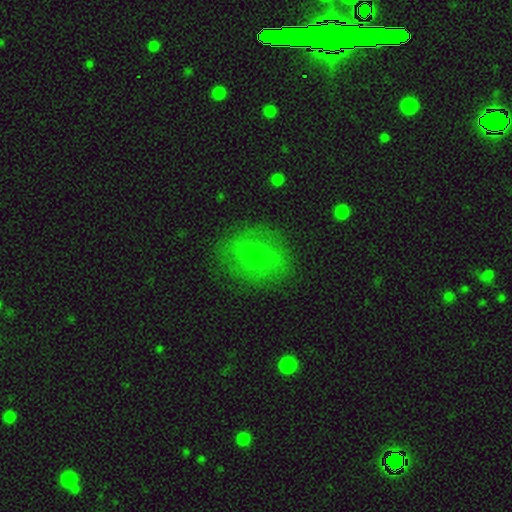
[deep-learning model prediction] Q: Smooth or featured?
A: smooth (57%); runner-up: featured or disk (29%)
Q: How rounded?
A: round (56%); runner-up: in between (43%)
Q: Merging?
A: none (79%); runner-up: minor disturbance (14%)